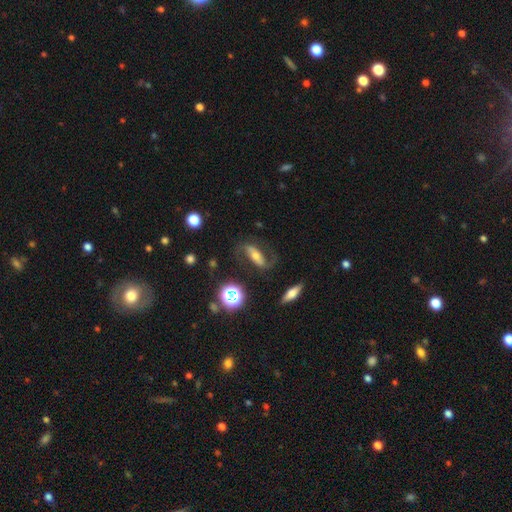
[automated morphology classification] This appears to be a featured or disk galaxy (71%) with a strong bar (46%), 2 (89%) loose (55%) spiral arms (91%) and a moderate central bulge (53%). Merging: none (71%).